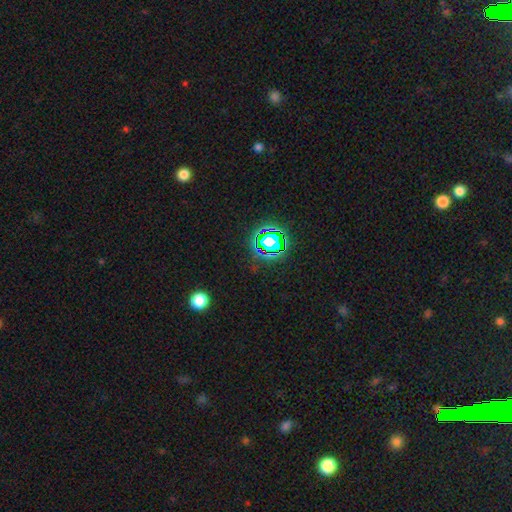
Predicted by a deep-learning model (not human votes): Overall: star or artifact (73%).